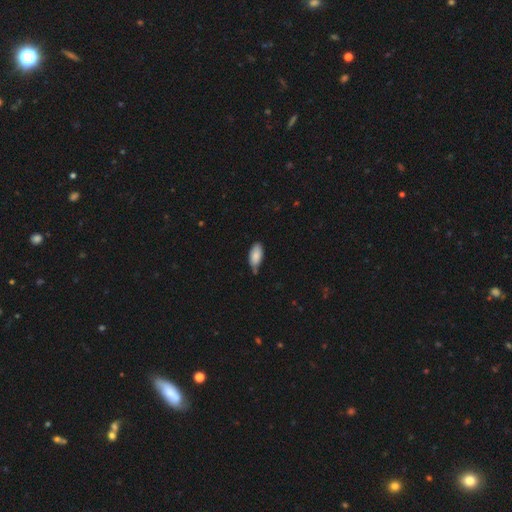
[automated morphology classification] A smooth galaxy with no disk features (85%) that is in between round and cigar-shaped (90%).

Vote fractions:
- Smooth or featured? smooth: 85% / featured or disk: 8% / star or artifact: 7%
- How rounded? in between: 90% / cigar-shaped: 8% / round: 2%
- Merging? none: 57% / minor disturbance: 33% / merger: 5% / major disturbance: 5%